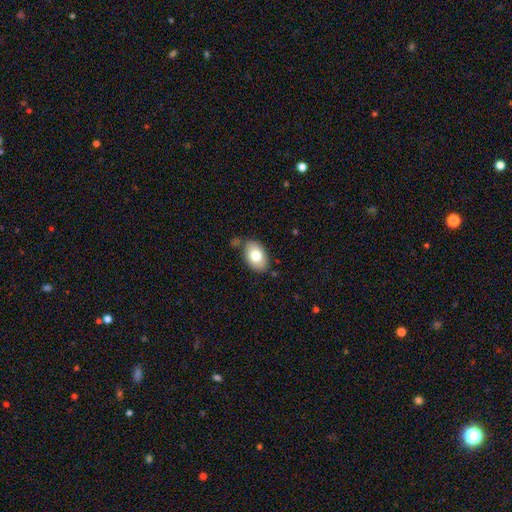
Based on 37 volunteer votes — A smooth galaxy with no disk features (68%) that is in between round and cigar-shaped (76%).

Vote fractions:
- Smooth or featured? smooth: 68% / featured or disk: 30% / star or artifact: 3%
- How rounded? in between: 76% / round: 24% / cigar-shaped: 0%
- Merging? none: 89% / minor disturbance: 6% / major disturbance: 6% / merger: 0%